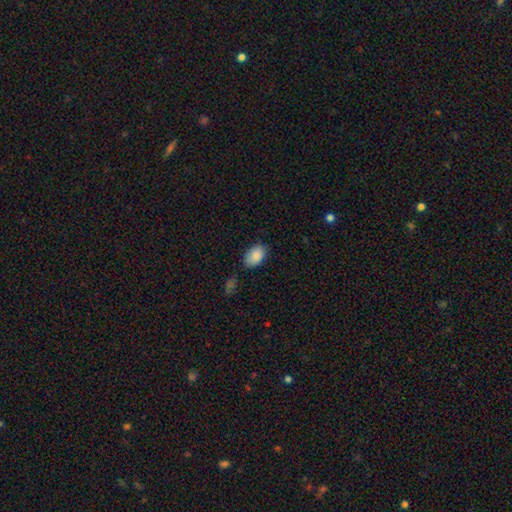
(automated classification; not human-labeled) Smooth or featured? smooth (88%)
How rounded? in between (91%)
Merging? none (78%)